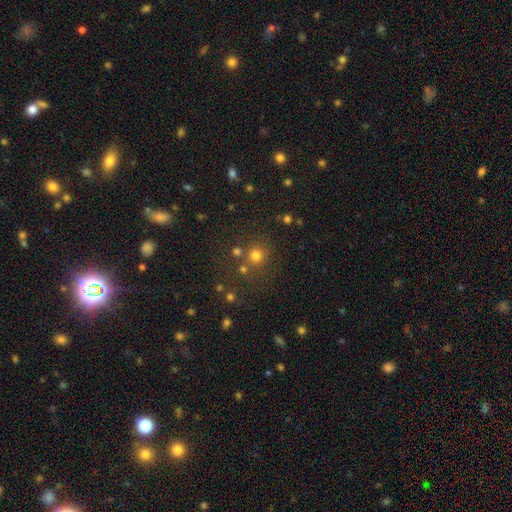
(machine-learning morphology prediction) Smooth or featured? smooth (73%)
How rounded? round (92%)
Merging? none (72%)